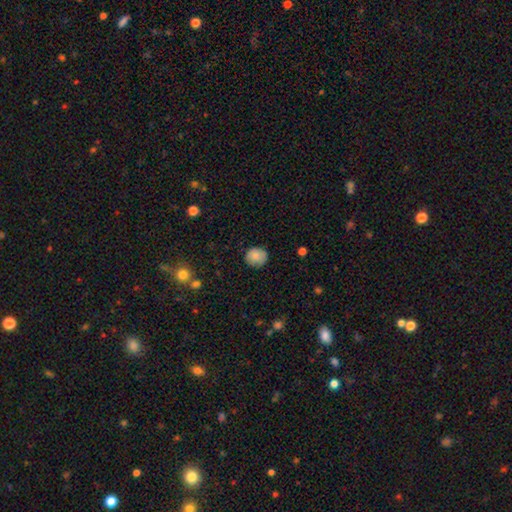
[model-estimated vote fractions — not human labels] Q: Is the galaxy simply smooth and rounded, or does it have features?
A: smooth — 83%.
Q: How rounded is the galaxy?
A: round — 86%.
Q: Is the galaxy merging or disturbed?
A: none — 82%.